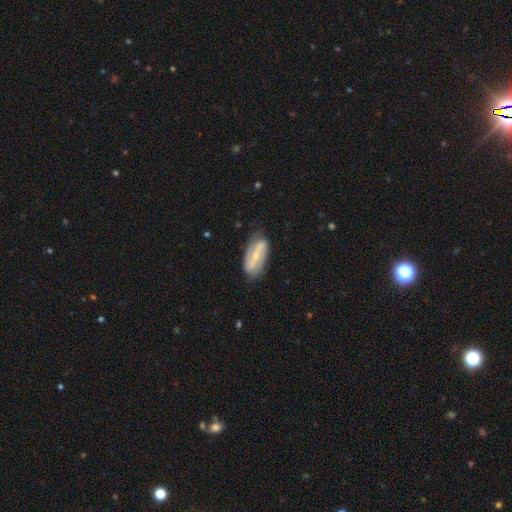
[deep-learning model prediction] A featured or disk galaxy (77%) with a strong bar (57%), 2 (89%) loose (42%) spiral arms (88%) and a small central bulge (63%).

Vote fractions:
- Smooth or featured? featured or disk: 77% / smooth: 17% / star or artifact: 5%
- Edge-on disk? no: 93% / yes: 7%
- Bar? strong: 57% / weak: 30% / no: 13%
- Spiral arms? yes: 88% / no: 12%
- Spiral winding? loose: 42% / medium: 36% / tight: 22%
- Spiral arm count? 2: 89% / can't tell: 6% / 1: 2% / 3: 1% / 4: 1% / more than 4: 1%
- Bulge size? small: 63% / moderate: 30% / none: 4% / large: 1% / dominant: 1%
- Merging? none: 80% / minor disturbance: 15% / major disturbance: 4% / merger: 1%